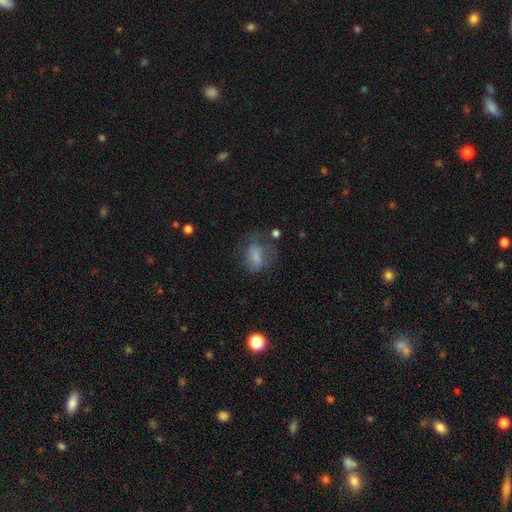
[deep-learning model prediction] Smooth or featured?
  - smooth: 66% *
  - featured or disk: 22%
  - star or artifact: 12%
How rounded?
  - in between: 69% *
  - round: 28%
  - cigar-shaped: 2%
Merging?
  - none: 40% *
  - major disturbance: 29%
  - minor disturbance: 26%
  - merger: 5%